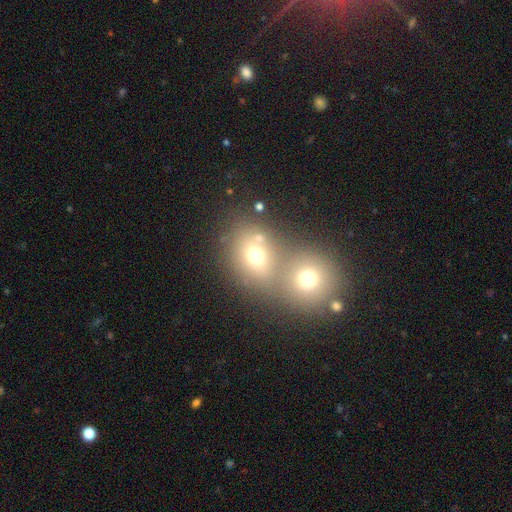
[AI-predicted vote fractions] This is likely a smooth galaxy (67%). How rounded: likely round (64%). Merging: possibly merger (59%).